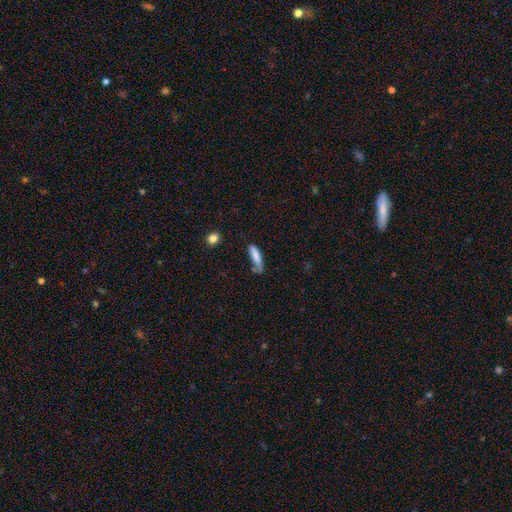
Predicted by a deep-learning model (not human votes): Smooth or featured? Predicted: smooth (p=0.78). How rounded? Predicted: cigar-shaped (p=0.72). Merging? Predicted: none (p=0.50).